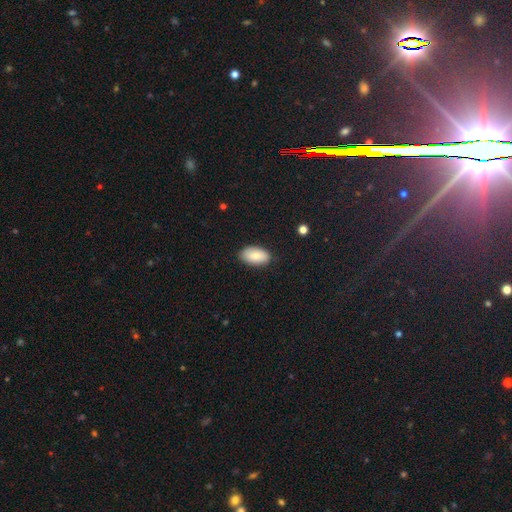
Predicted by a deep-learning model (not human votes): Smooth or featured? Predicted: smooth (p=0.85). How rounded? Predicted: in between (p=0.95). Merging? Predicted: none (p=0.86).